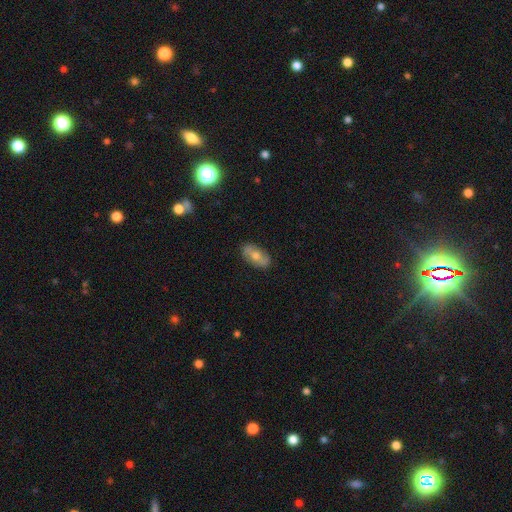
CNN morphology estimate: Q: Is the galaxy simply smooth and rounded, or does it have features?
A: smooth — 47%.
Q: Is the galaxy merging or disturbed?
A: none — 85%.